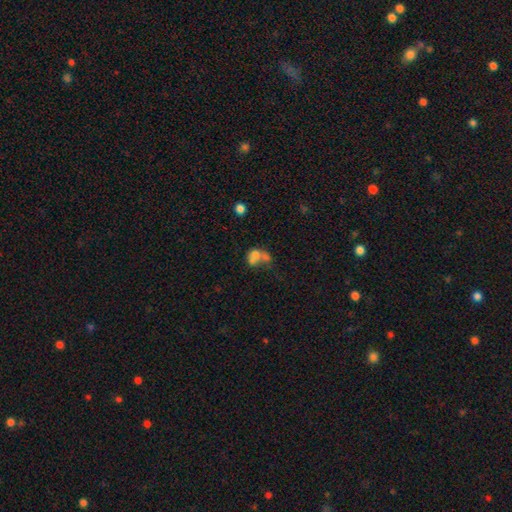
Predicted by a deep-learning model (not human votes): Overall: smooth (65%). How rounded: in between (51%; round 48%). Merging: merger (59%).